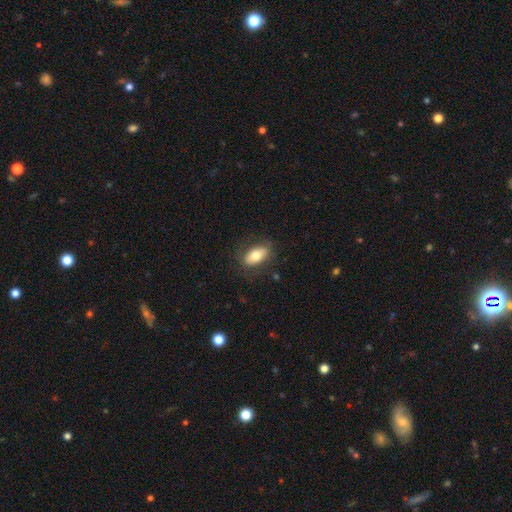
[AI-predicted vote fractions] Smooth or featured? Predicted: smooth (p=0.73). How rounded? Predicted: in between (p=0.88). Merging? Predicted: none (p=0.81).